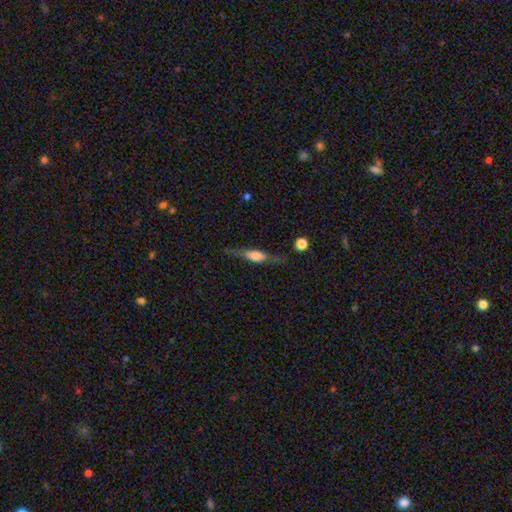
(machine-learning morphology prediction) Smooth or featured: featured or disk — 62% (smooth — 31%)
Edge-on disk: yes — 92% (no — 8%)
Edge-on bulge: rounded — 77% (boxy — 18%)
Merging: none — 78% (minor disturbance — 14%)